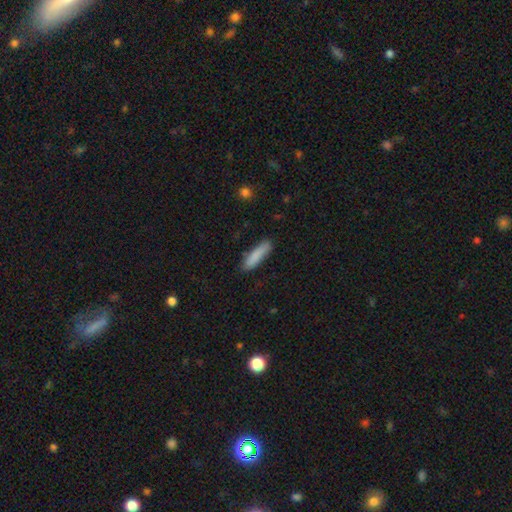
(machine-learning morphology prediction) This appears to be a smooth galaxy with no disk features (86%) that is cigar-shaped (74%). Merging: none (82%).